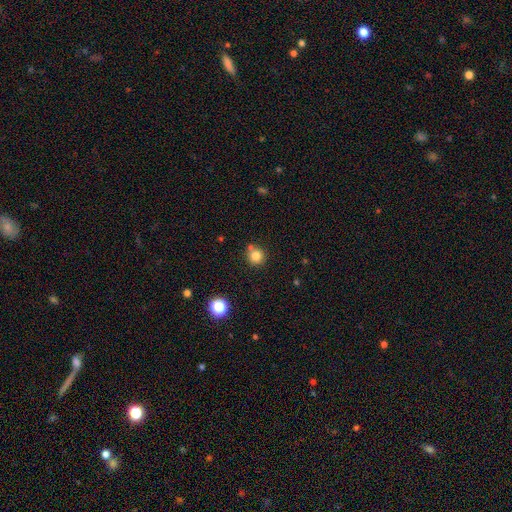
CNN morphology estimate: The model was most divided on "merging": none: 72%, minor disturbance: 12%, merger: 12%, major disturbance: 3%. More confident: how rounded — round (92%); smooth or featured — smooth (81%).